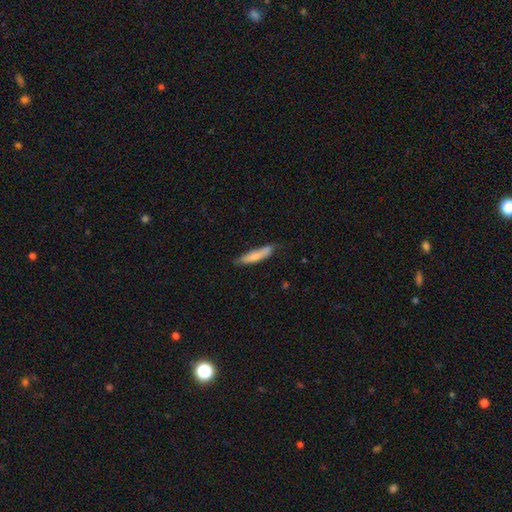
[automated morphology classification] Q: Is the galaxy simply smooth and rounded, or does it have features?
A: smooth — 76%.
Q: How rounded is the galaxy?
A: cigar-shaped — 80%.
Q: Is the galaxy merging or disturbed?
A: none — 69%.